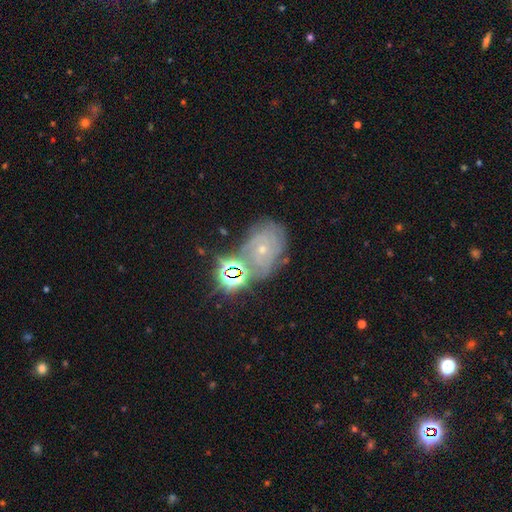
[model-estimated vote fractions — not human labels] featured or disk 52%, smooth 26%, star or artifact 22%. Down the decision tree: edge-on disk — no (93%); merging — none (51%).